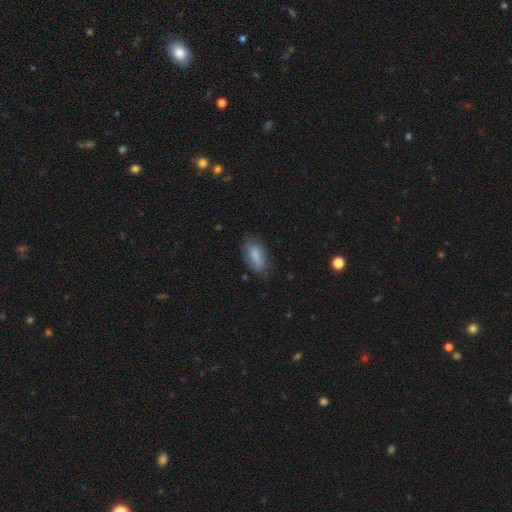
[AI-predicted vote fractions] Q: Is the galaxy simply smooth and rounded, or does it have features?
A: smooth — 82%.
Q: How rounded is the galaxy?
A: in between — 85%.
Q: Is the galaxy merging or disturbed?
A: none — 72%.